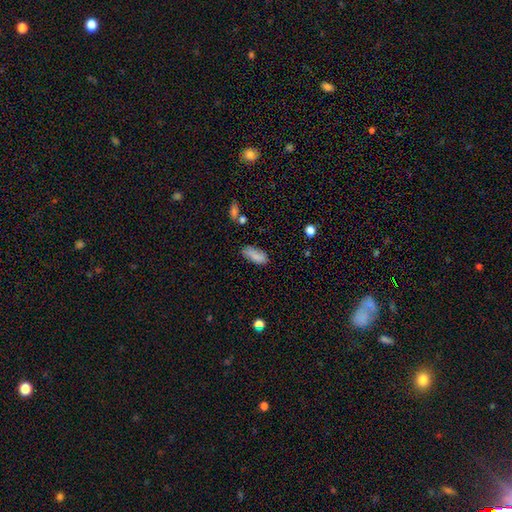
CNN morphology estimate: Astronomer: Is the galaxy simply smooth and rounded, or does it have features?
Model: smooth — 84%.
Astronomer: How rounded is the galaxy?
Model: in between — 83%.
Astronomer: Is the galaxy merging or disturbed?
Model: none — 71%.